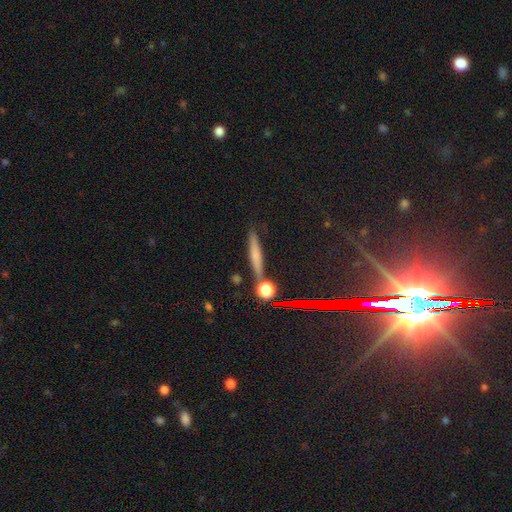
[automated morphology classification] Smooth or featured: smooth — 49% (featured or disk — 33%)
Merging: none — 79% (minor disturbance — 11%)